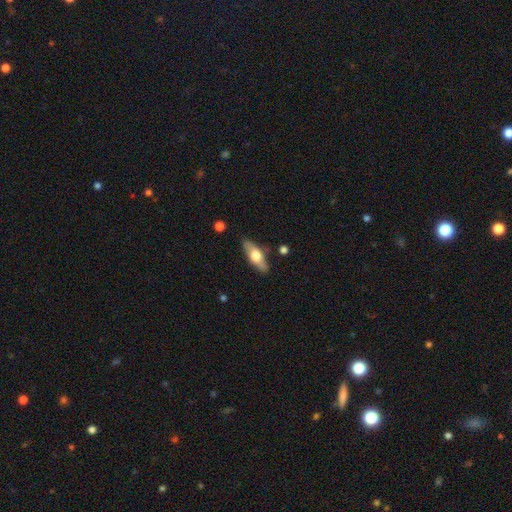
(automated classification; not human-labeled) A smooth galaxy with no disk features (50%).

Vote fractions:
- Smooth or featured? smooth: 50% / featured or disk: 44% / star or artifact: 6%
- Merging? none: 83% / minor disturbance: 12% / major disturbance: 3% / merger: 2%